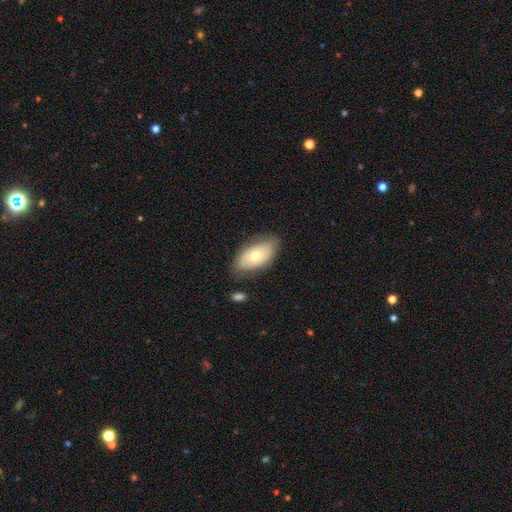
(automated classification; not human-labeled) The model was most divided on "smooth or featured": smooth: 63%, featured or disk: 31%, star or artifact: 6%. More confident: how rounded — in between (93%); merging — none (75%).